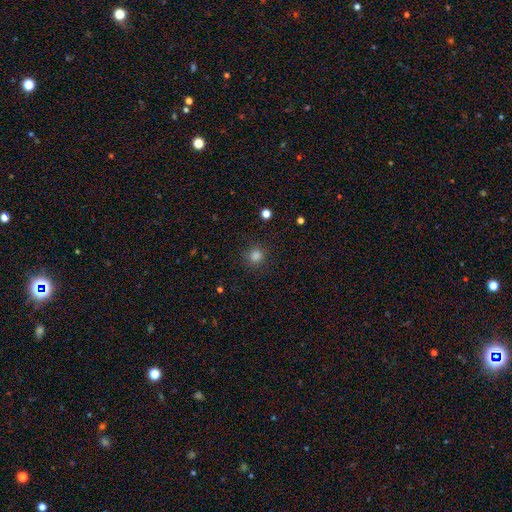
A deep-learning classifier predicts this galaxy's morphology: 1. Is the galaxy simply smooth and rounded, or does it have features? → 81% smooth, 15% star or artifact, 4% featured or disk.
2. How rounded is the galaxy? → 92% round, 7% in between, 1% cigar-shaped.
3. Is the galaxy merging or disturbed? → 87% none, 8% minor disturbance, 3% major disturbance, 1% merger.